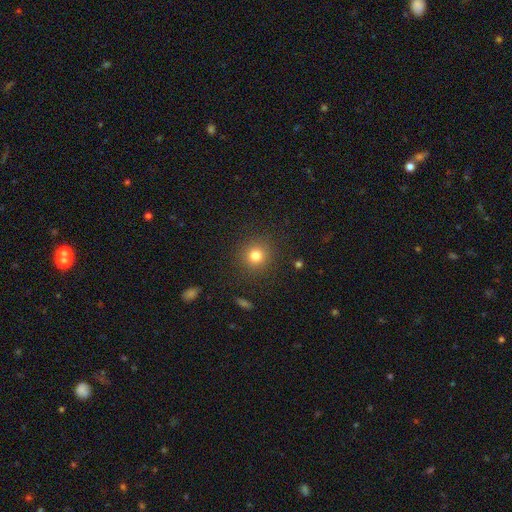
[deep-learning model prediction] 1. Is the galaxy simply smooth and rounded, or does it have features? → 80% smooth, 13% star or artifact, 7% featured or disk.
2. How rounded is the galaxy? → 93% round, 6% in between, 1% cigar-shaped.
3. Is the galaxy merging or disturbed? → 89% none, 7% minor disturbance, 3% major disturbance, 1% merger.